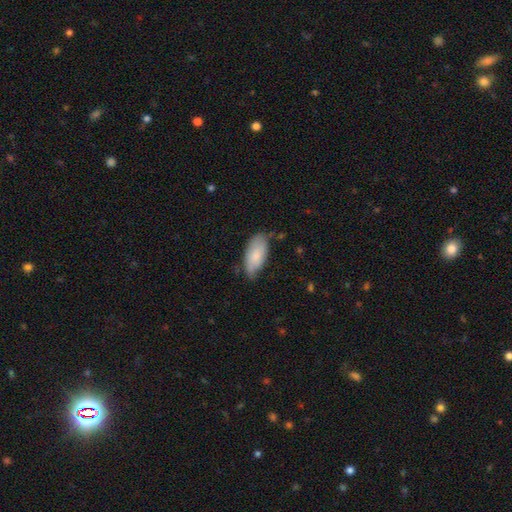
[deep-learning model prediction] Morphology: type=smooth (78%); roundness=in between (89%); merging=none (58%).